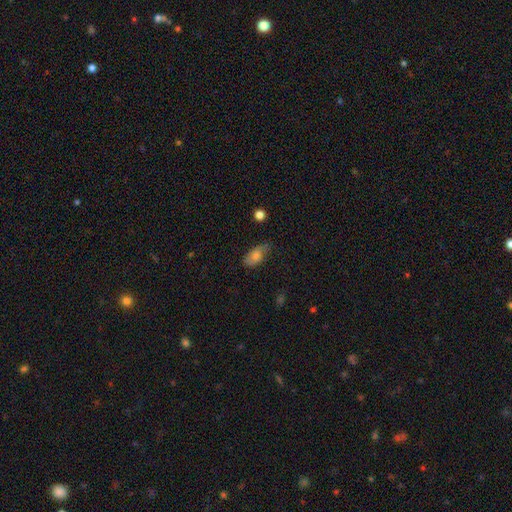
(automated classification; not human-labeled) This is likely a smooth galaxy (75%). How rounded: clearly in between (90%). Merging: likely none (63%).